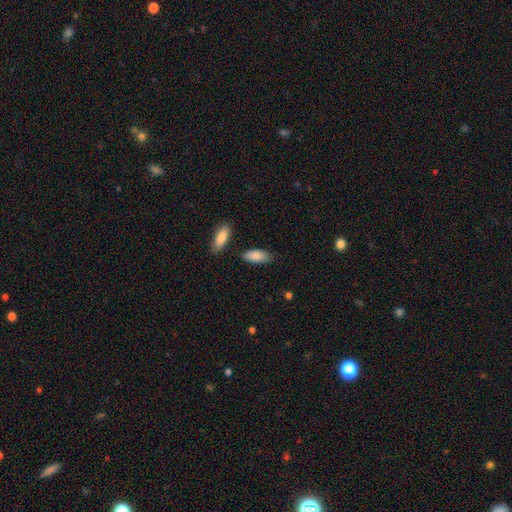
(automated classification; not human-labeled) This appears to be a smooth galaxy with no disk features (88%) that is in between round and cigar-shaped (83%). Merging: none (80%).